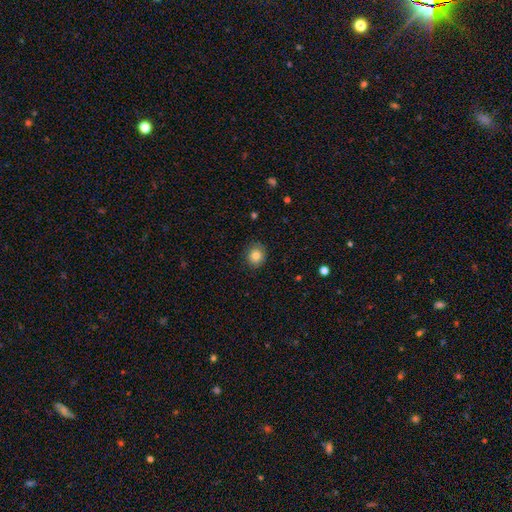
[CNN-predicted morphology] The model was most divided on "how rounded": round: 81%, in between: 19%, cigar-shaped: 1%. More confident: merging — none (86%); smooth or featured — smooth (82%).